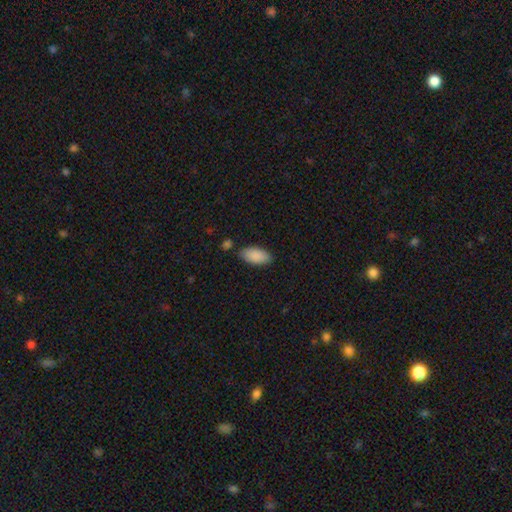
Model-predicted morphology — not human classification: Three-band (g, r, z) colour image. It shows a smooth galaxy with no disk features (89%) that is in between round and cigar-shaped (93%). Merging: none (79%).